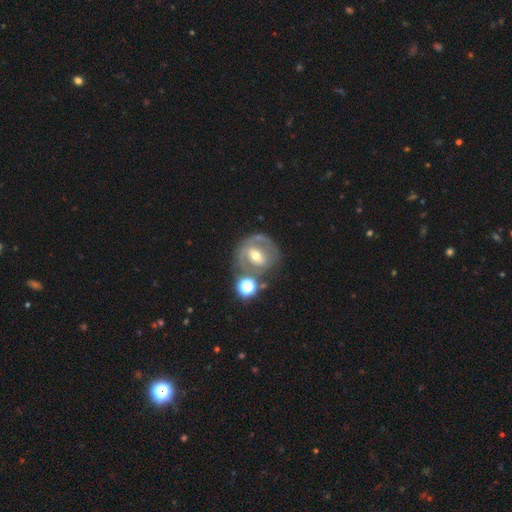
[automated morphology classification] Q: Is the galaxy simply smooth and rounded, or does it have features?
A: featured or disk — 70%.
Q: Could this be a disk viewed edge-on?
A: no — 96%.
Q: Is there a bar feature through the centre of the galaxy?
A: weak — 41%.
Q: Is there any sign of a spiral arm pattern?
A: yes — 65%.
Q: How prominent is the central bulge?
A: moderate — 67%.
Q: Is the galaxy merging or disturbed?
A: none — 60%.